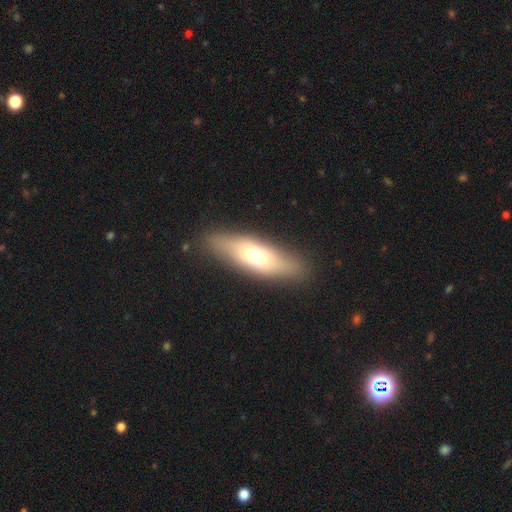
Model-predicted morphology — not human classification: This appears to be a smooth galaxy with no disk features (60%) that is cigar-shaped (51%). Merging: none (86%).